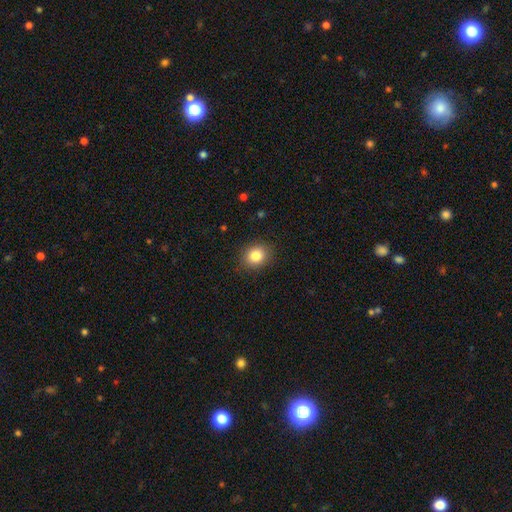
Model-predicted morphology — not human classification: type=smooth (84%); roundness=round (64%); merging=none (88%).